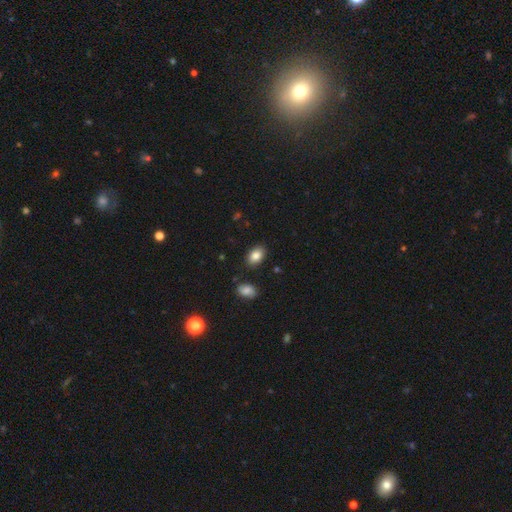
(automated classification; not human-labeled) Smooth or featured?
  - smooth: 84% *
  - star or artifact: 8%
  - featured or disk: 8%
How rounded?
  - in between: 86% *
  - round: 13%
  - cigar-shaped: 1%
Merging?
  - none: 86% *
  - minor disturbance: 9%
  - merger: 2%
  - major disturbance: 2%